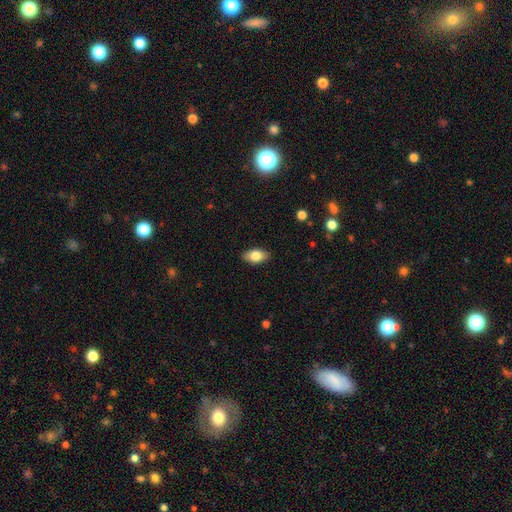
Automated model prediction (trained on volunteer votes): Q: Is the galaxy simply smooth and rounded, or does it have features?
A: smooth — 79%.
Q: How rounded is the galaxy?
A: in between — 91%.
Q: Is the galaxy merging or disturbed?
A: none — 88%.